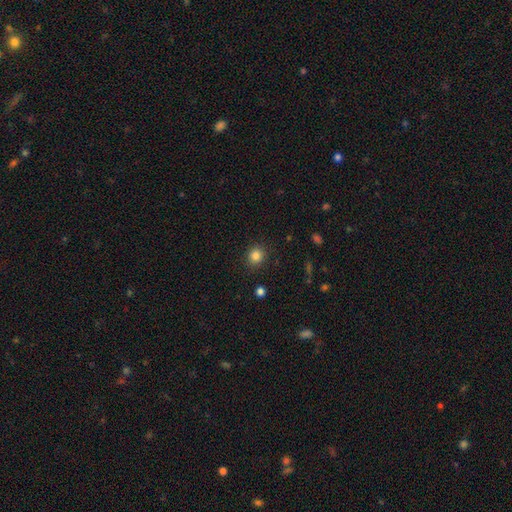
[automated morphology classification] This appears to be a smooth galaxy with no disk features (85%) that is round (87%). Merging: none (89%).